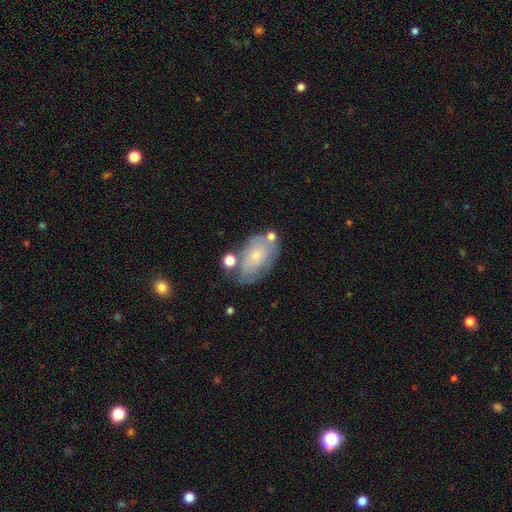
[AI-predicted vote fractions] Q: Smooth or featured?
A: smooth (51%); runner-up: featured or disk (40%)
Q: How rounded?
A: in between (89%); runner-up: round (9%)
Q: Merging?
A: none (54%); runner-up: minor disturbance (25%)